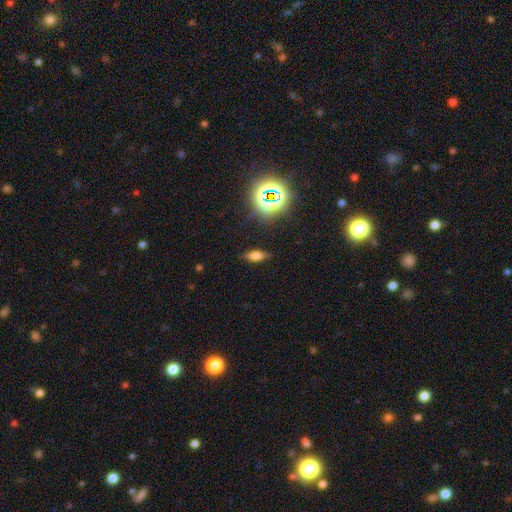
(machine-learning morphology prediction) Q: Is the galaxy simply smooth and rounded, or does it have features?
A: smooth — 52%.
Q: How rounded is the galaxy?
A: in between — 61%.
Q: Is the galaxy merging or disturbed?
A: none — 84%.